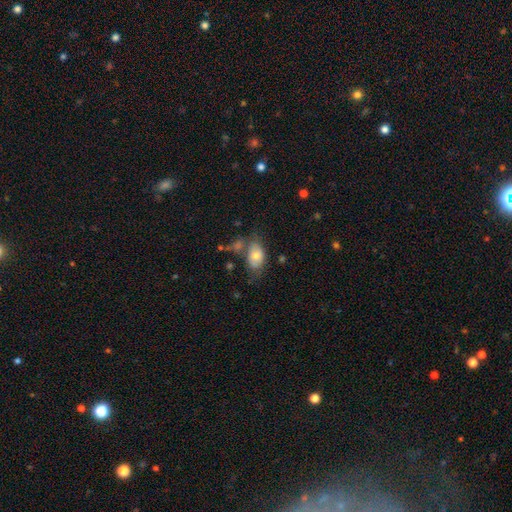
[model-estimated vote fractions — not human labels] Smooth or featured: smooth — 69% (featured or disk — 23%)
How rounded: in between — 85% (round — 14%)
Merging: none — 47% (minor disturbance — 24%)